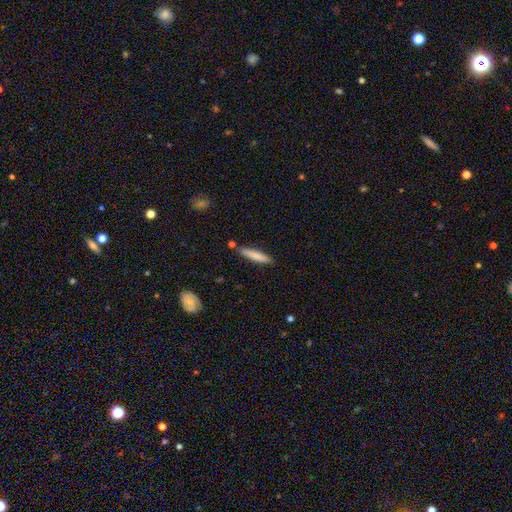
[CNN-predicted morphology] Smooth or featured? smooth (76%)
How rounded? cigar-shaped (89%)
Merging? none (84%)